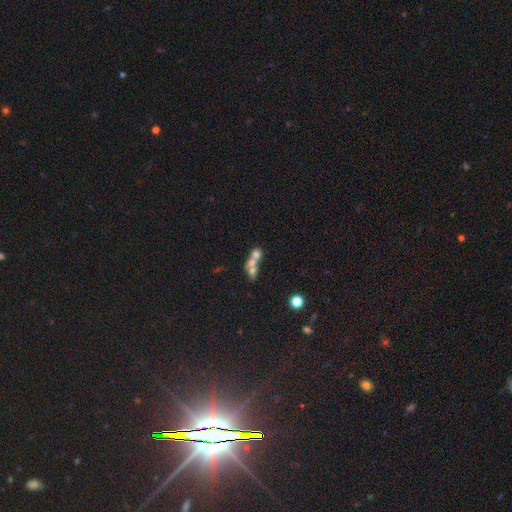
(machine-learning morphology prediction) smooth 55%, featured or disk 29%, star or artifact 15%. Down the decision tree: how rounded — round (59%); merging — merger (69%).